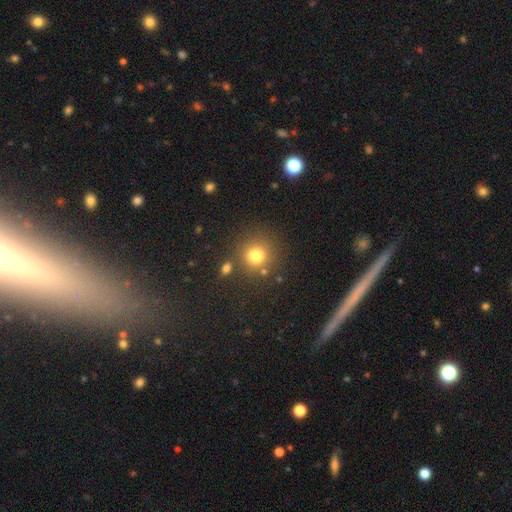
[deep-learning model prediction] Morphology: type=smooth (78%); roundness=round (87%); merging=none (75%).